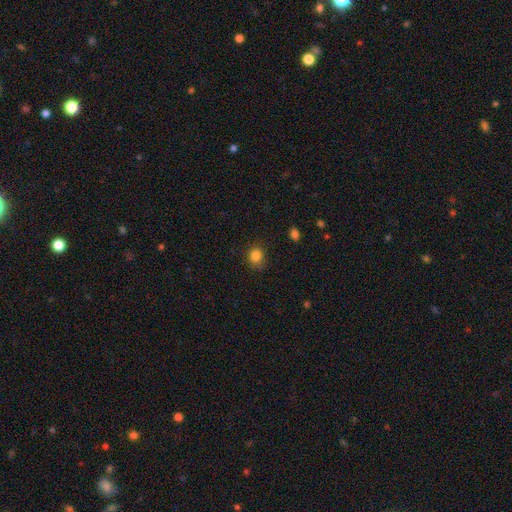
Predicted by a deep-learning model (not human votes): The model was most divided on "how rounded": round: 70%, in between: 29%, cigar-shaped: 1%. More confident: smooth or featured — smooth (83%); merging — none (81%).